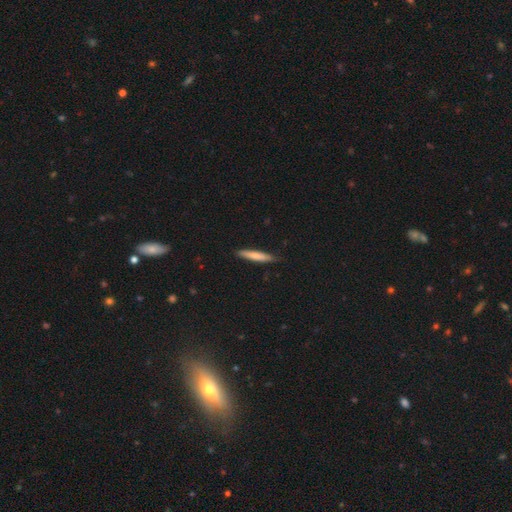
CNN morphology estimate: Smooth or featured? smooth (73%)
How rounded? cigar-shaped (91%)
Merging? none (85%)